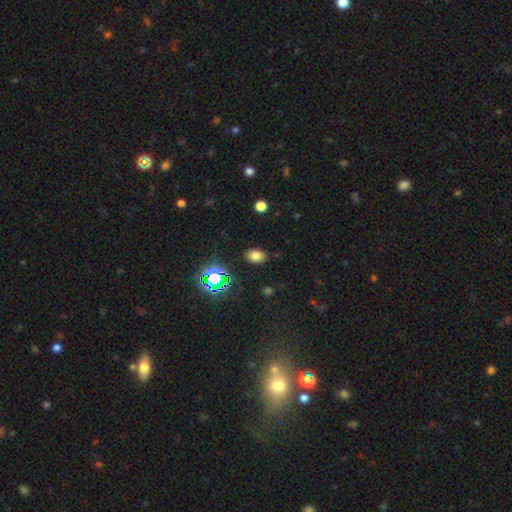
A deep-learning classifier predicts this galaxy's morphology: Smooth or featured: smooth — 71% (star or artifact — 21%)
How rounded: in between — 77% (round — 21%)
Merging: none — 85% (minor disturbance — 10%)